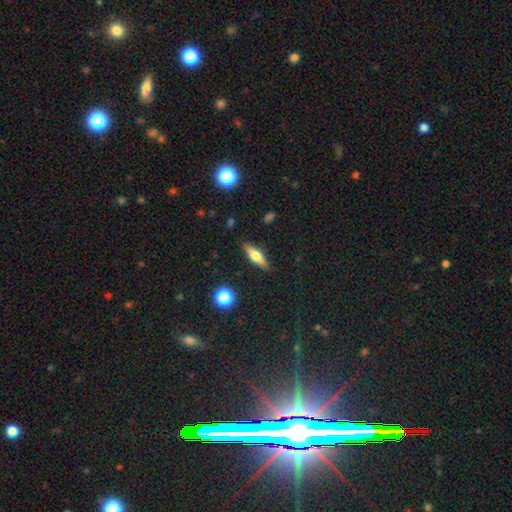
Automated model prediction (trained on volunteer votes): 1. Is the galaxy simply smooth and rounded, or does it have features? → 51% smooth, 41% featured or disk, 8% star or artifact.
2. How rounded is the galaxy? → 58% cigar-shaped, 38% in between, 4% round.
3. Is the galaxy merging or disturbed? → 87% none, 9% minor disturbance, 2% major disturbance, 1% merger.